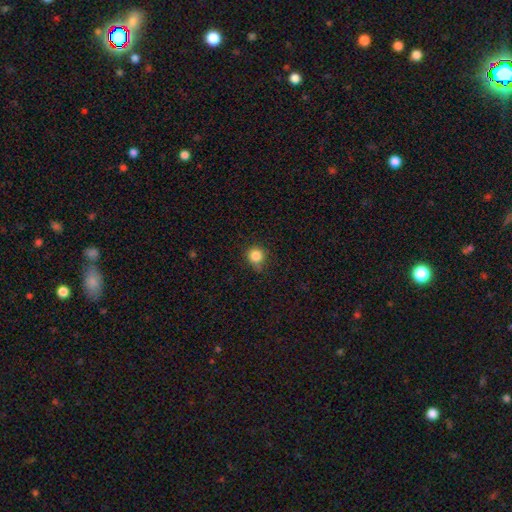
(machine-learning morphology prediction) smooth_or_featured: smooth (p=0.84) [alt: star or artifact p=0.11]
how_rounded: round (p=0.90) [alt: in between p=0.09]
merging: none (p=0.71) [alt: minor disturbance p=0.23]